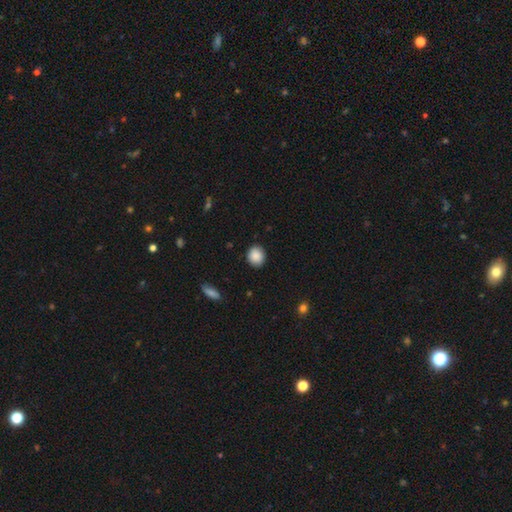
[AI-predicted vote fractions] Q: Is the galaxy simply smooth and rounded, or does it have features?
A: smooth — 88%.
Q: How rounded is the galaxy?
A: round — 70%.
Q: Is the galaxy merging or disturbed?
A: none — 88%.